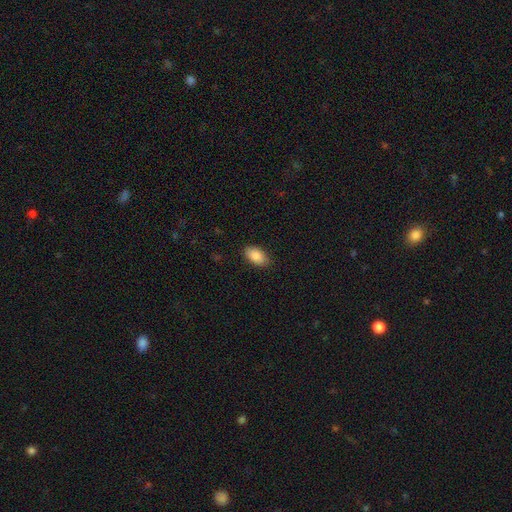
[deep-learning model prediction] Q: Smooth or featured?
A: smooth (88%); runner-up: star or artifact (7%)
Q: How rounded?
A: in between (93%); runner-up: round (5%)
Q: Merging?
A: none (87%); runner-up: minor disturbance (10%)